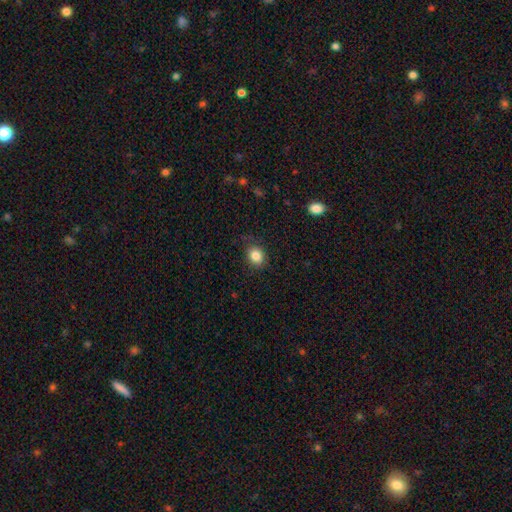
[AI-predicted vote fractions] A smooth galaxy with no disk features (85%) that is round (65%). Merging: none (81%).